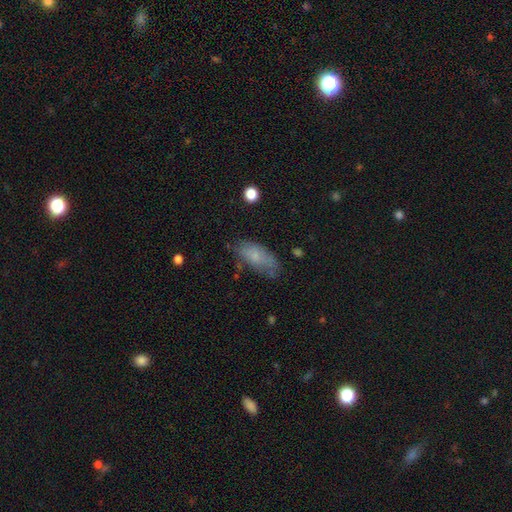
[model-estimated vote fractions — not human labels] Q: Smooth or featured?
A: smooth (68%); runner-up: featured or disk (23%)
Q: How rounded?
A: in between (83%); runner-up: cigar-shaped (14%)
Q: Merging?
A: none (53%); runner-up: minor disturbance (31%)